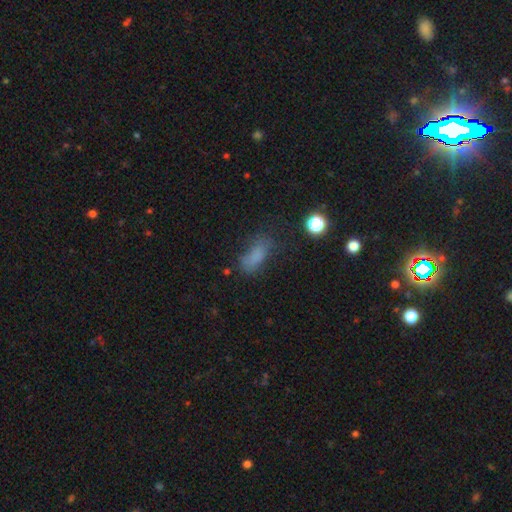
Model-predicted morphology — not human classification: This appears to be a smooth galaxy with no disk features (71%) that is in between round and cigar-shaped (77%). Merging: none (51%).